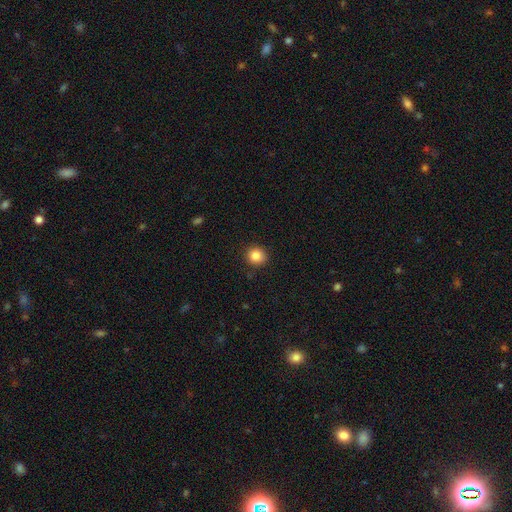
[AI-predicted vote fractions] Q: Smooth or featured?
A: smooth (85%); runner-up: star or artifact (10%)
Q: How rounded?
A: round (87%); runner-up: in between (12%)
Q: Merging?
A: none (89%); runner-up: minor disturbance (8%)